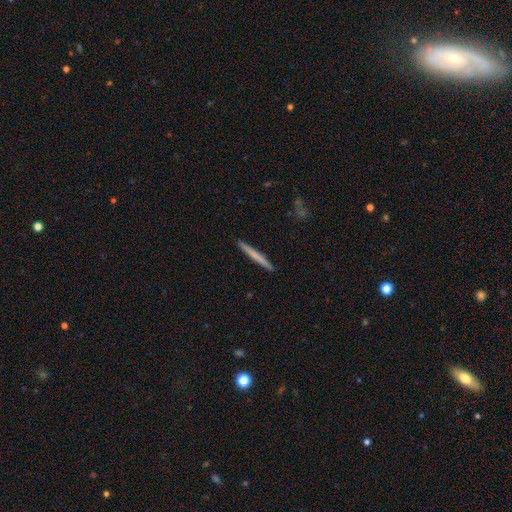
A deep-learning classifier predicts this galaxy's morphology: Smooth or featured? Predicted: smooth (p=0.63). How rounded? Predicted: cigar-shaped (p=0.97). Merging? Predicted: none (p=0.93).